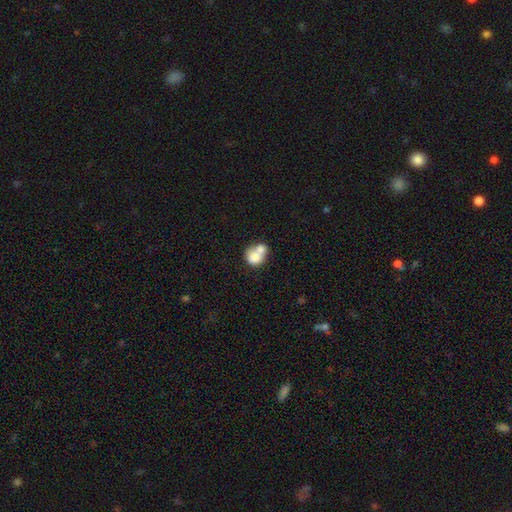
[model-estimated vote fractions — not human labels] smooth-or-featured: smooth: 73% | featured or disk: 18% | star or artifact: 9%
  how-rounded: round: 69% | in between: 30% | cigar-shaped: 1%
  merging: merger: 65% | none: 24% | minor disturbance: 7% | major disturbance: 4%